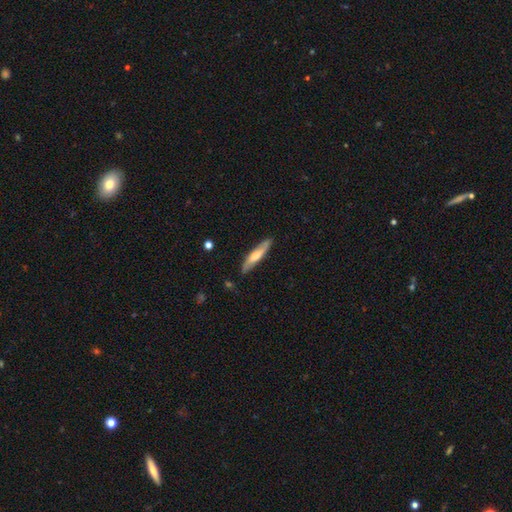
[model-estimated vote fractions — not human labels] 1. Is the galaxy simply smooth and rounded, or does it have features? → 55% smooth, 39% featured or disk, 5% star or artifact.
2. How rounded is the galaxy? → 85% cigar-shaped, 14% in between, 1% round.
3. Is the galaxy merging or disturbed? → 84% none, 12% minor disturbance, 2% major disturbance, 2% merger.